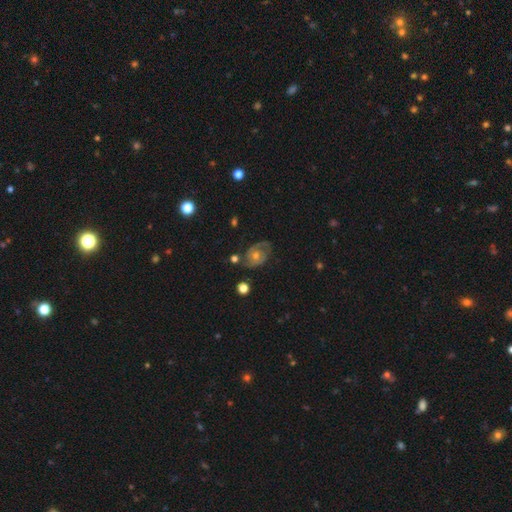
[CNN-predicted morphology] This appears to be a featured or disk galaxy (74%) with no bar (75%), 2 (75%) tight (43%) spiral arms (86%) and a moderate central bulge (59%). Merging: none (73%).